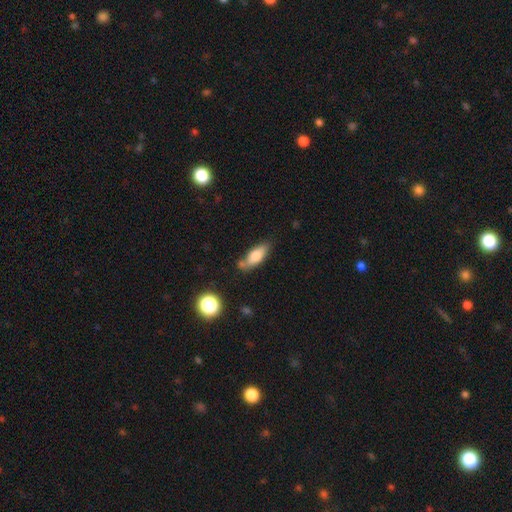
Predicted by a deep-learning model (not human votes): Morphology: type=smooth (73%); roundness=in between (74%); merging=none (65%).